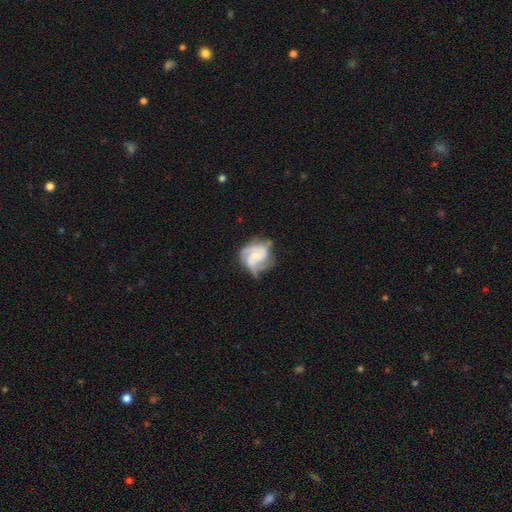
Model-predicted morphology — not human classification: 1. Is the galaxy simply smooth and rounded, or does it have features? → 81% featured or disk, 13% smooth, 6% star or artifact.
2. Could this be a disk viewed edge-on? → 98% no, 2% yes.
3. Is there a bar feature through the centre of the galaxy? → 59% no, 34% weak, 8% strong.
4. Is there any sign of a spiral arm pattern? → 96% yes, 4% no.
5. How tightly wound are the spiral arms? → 45% medium, 42% tight, 13% loose.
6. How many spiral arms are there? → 40% 3, 37% 2, 11% can't tell, 4% 4, 4% 1, 3% more than 4.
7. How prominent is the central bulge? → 52% small, 26% moderate, 17% none, 4% large, 1% dominant.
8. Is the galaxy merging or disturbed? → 54% none, 27% minor disturbance, 17% major disturbance, 3% merger.